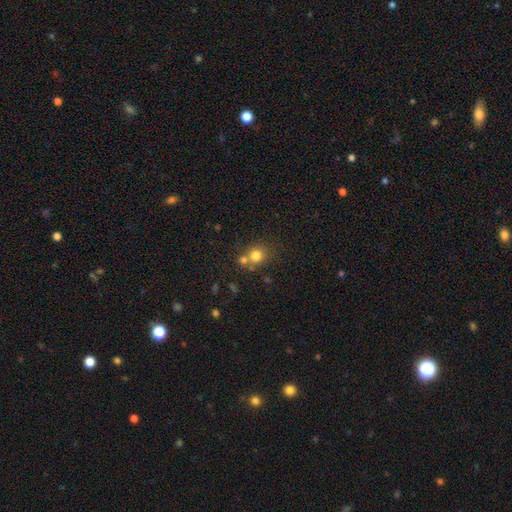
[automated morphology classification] Smooth or featured? smooth (78%)
How rounded? round (83%)
Merging? none (53%)